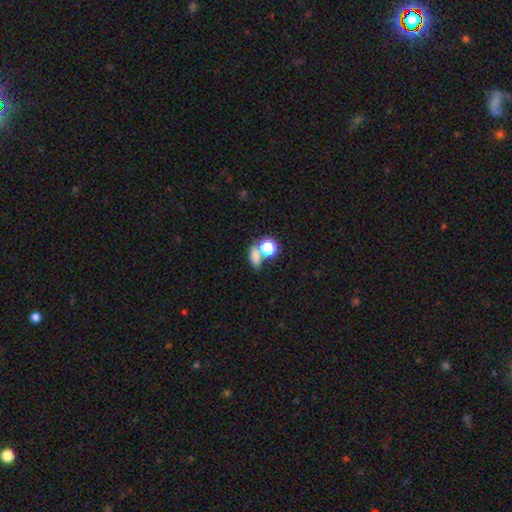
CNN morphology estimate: The model was most divided on "merging": none: 46%, merger: 38%, minor disturbance: 10%, major disturbance: 6%. More confident: smooth or featured — smooth (70%); how rounded — in between (63%).